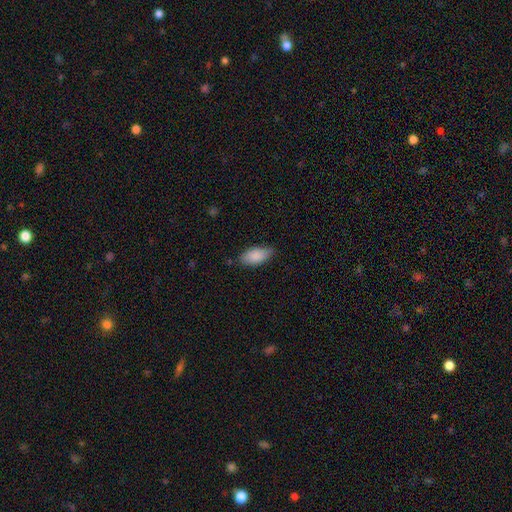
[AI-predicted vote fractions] Q: Smooth or featured?
A: smooth (87%); runner-up: featured or disk (7%)
Q: How rounded?
A: in between (90%); runner-up: cigar-shaped (8%)
Q: Merging?
A: none (76%); runner-up: minor disturbance (20%)